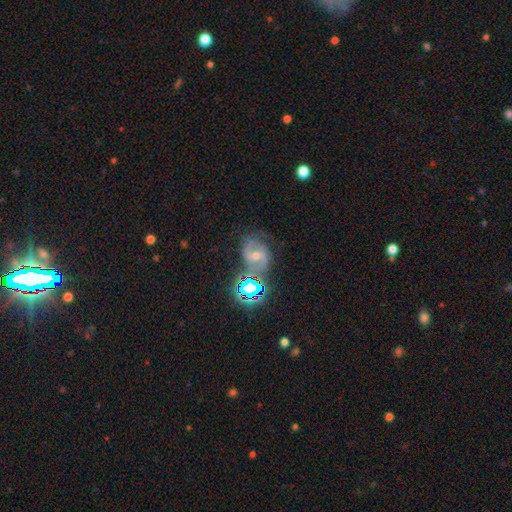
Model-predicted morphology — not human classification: Q: Smooth or featured?
A: featured or disk (71%); runner-up: star or artifact (19%)
Q: Edge-on disk?
A: no (97%); runner-up: yes (3%)
Q: Bar?
A: weak (43%); runner-up: no (32%)
Q: Spiral arms?
A: yes (94%); runner-up: no (6%)
Q: Spiral winding?
A: medium (53%); runner-up: tight (28%)
Q: Spiral arm count?
A: 2 (80%); runner-up: can't tell (8%)
Q: Bulge size?
A: moderate (48%); runner-up: small (47%)
Q: Merging?
A: none (66%); runner-up: minor disturbance (17%)